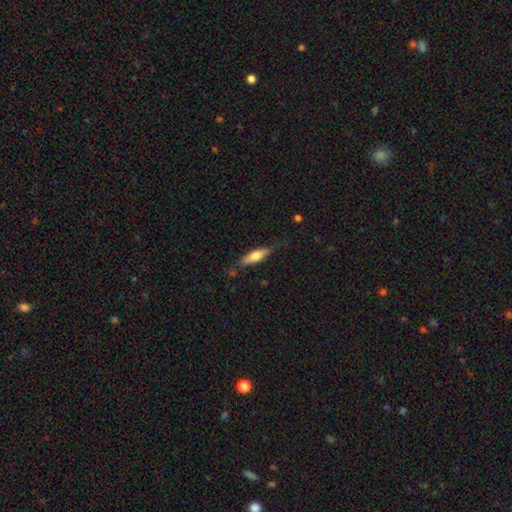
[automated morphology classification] The model was most divided on "how rounded": cigar-shaped: 63%, in between: 35%, round: 2%. More confident: merging — none (76%); smooth or featured — smooth (62%).